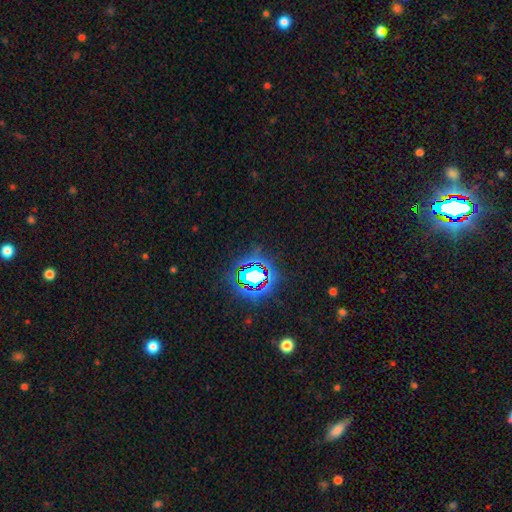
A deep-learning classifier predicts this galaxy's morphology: Smooth or featured?
  - star or artifact: 83% *
  - smooth: 10%
  - featured or disk: 7%